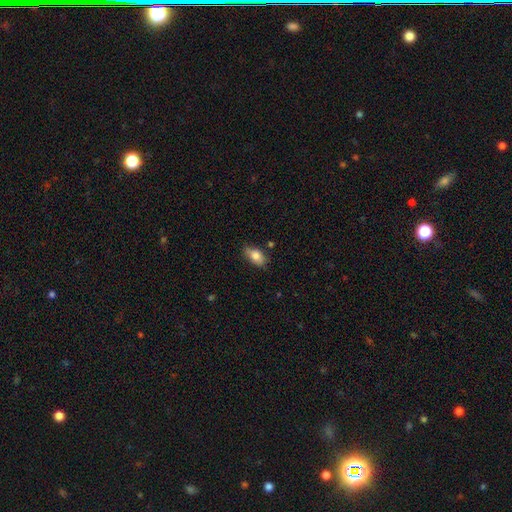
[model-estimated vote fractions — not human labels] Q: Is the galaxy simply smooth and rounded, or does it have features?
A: smooth — 79%.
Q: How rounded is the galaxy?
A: in between — 87%.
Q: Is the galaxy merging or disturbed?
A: none — 70%.